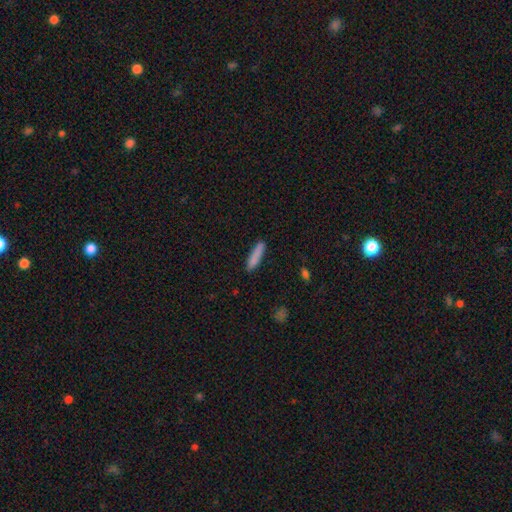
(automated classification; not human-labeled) A smooth galaxy with no disk features (86%) that is cigar-shaped (82%). Merging: none (87%).